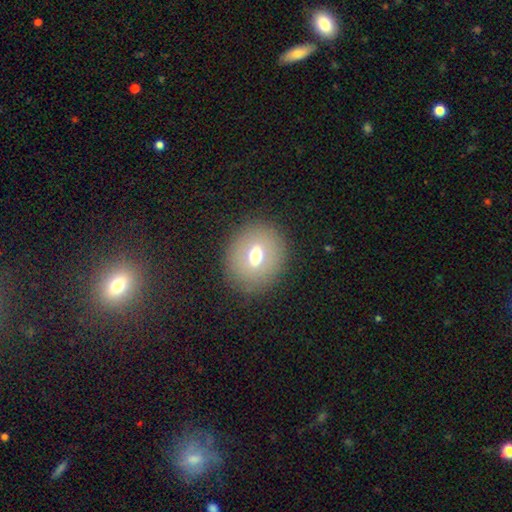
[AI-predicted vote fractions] This appears to be a smooth galaxy with no disk features (58%) that is round (63%). Merging: none (84%).